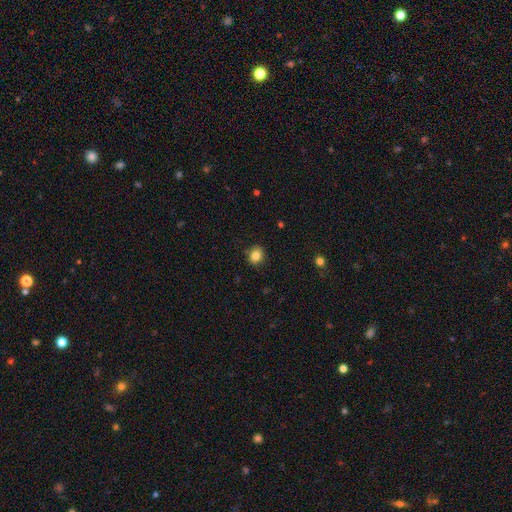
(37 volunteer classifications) Smooth or featured?
  - smooth: 86% *
  - featured or disk: 11%
  - star or artifact: 3%
How rounded?
  - round: 66% *
  - in between: 34%
  - cigar-shaped: 0%
Merging?
  - none: 89% *
  - minor disturbance: 8%
  - merger: 3%
  - major disturbance: 0%